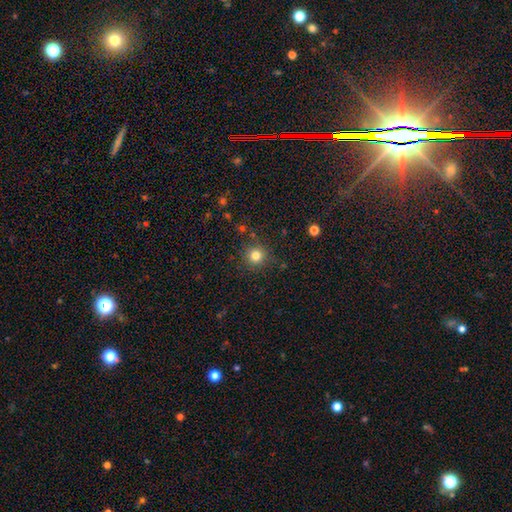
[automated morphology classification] type=smooth (81%); roundness=round (94%); merging=none (87%).